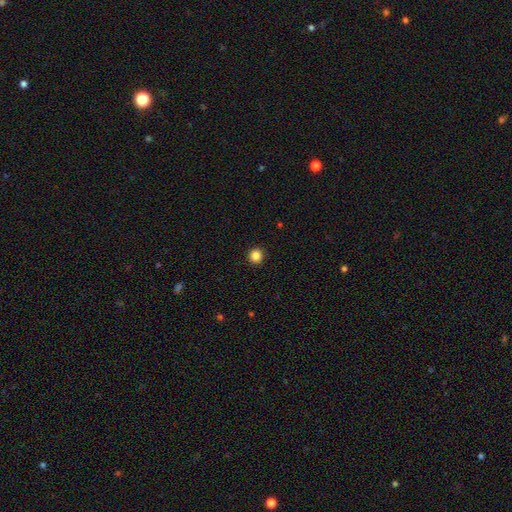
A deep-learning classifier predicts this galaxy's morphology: Smooth or featured? Predicted: smooth (p=0.86). How rounded? Predicted: round (p=0.94). Merging? Predicted: none (p=0.93).